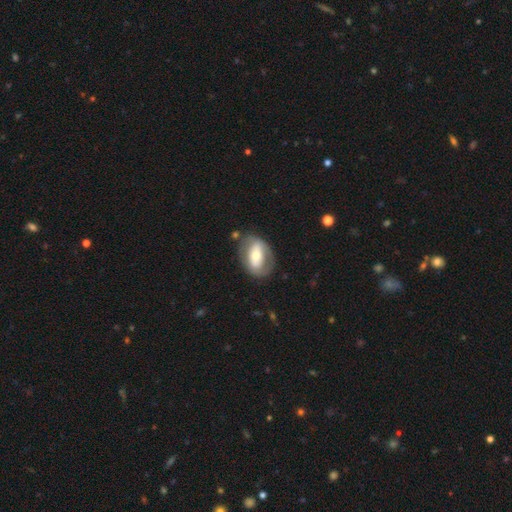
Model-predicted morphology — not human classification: smooth-or-featured: featured or disk: 54% | smooth: 40% | star or artifact: 6%
  disk-edge-on: no: 92% | yes: 8%
    bar: no: 39% | strong: 34% | weak: 26%
    has-spiral-arms: no: 65% | yes: 35%
    bulge-size: moderate: 63% | small: 22% | large: 13% | dominant: 2% | none: 1%
  merging: none: 70% | minor disturbance: 18% | major disturbance: 9% | merger: 3%